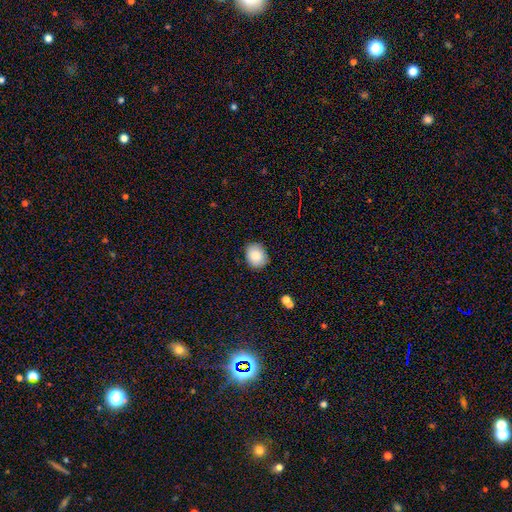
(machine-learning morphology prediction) smooth 84%, star or artifact 8%, featured or disk 8%. Down the decision tree: how rounded — in between (50%); merging — none (86%).